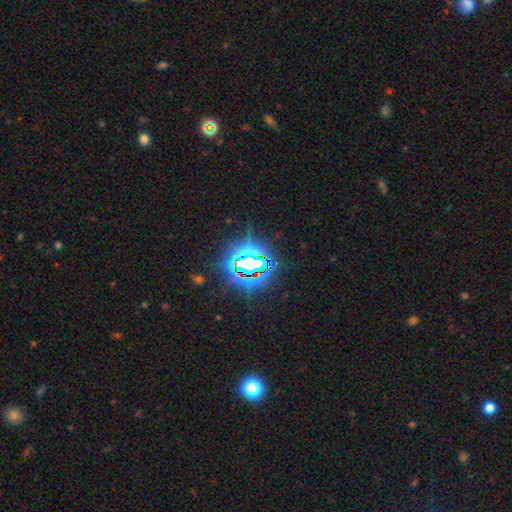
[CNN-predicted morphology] A star or artifact, not a galaxy (80%).

Vote fractions:
- Smooth or featured? star or artifact: 80% / smooth: 11% / featured or disk: 9%